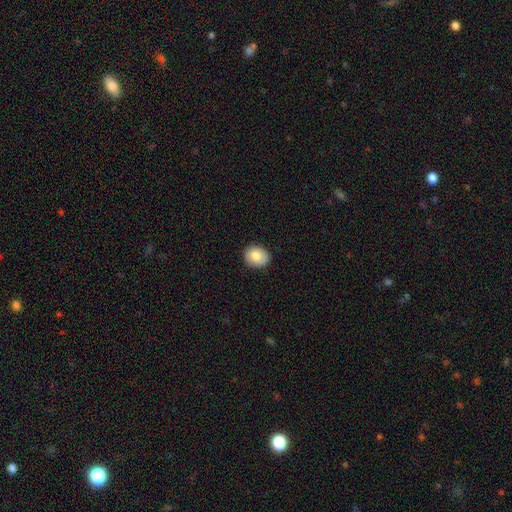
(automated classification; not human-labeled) Q: Smooth or featured?
A: smooth (80%); runner-up: featured or disk (12%)
Q: How rounded?
A: round (58%); runner-up: in between (41%)
Q: Merging?
A: none (87%); runner-up: minor disturbance (10%)